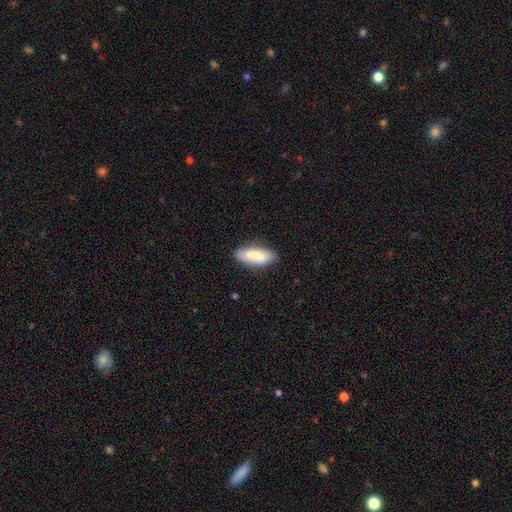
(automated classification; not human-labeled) Smooth or featured? Predicted: smooth (p=0.79). How rounded? Predicted: in between (p=0.75). Merging? Predicted: none (p=0.77).